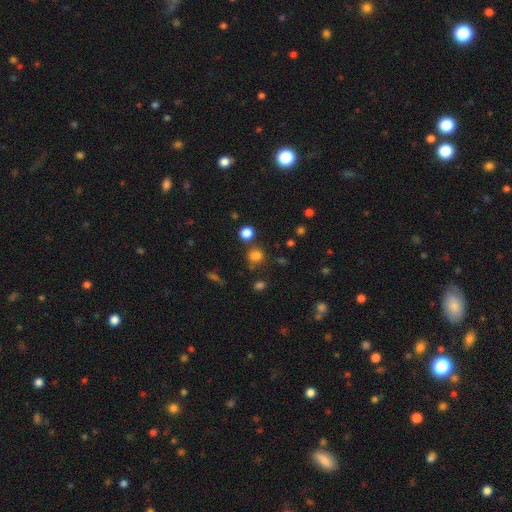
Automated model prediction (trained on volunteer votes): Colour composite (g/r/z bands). It shows a smooth galaxy with no disk features (77%) that is round (80%). Merging: none (71%).